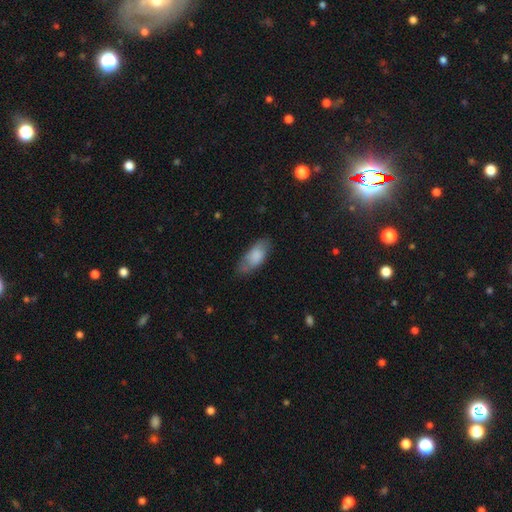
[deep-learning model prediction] Morphology: type=smooth (79%); roundness=in between (86%); merging=none (69%).